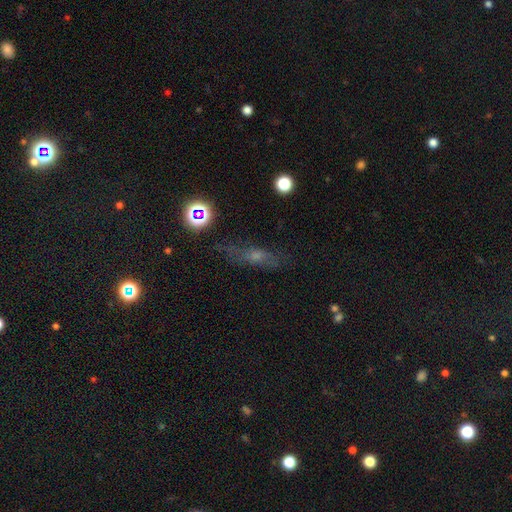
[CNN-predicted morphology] Overall: smooth (42%; featured or disk 36%). Merging: none (73%).